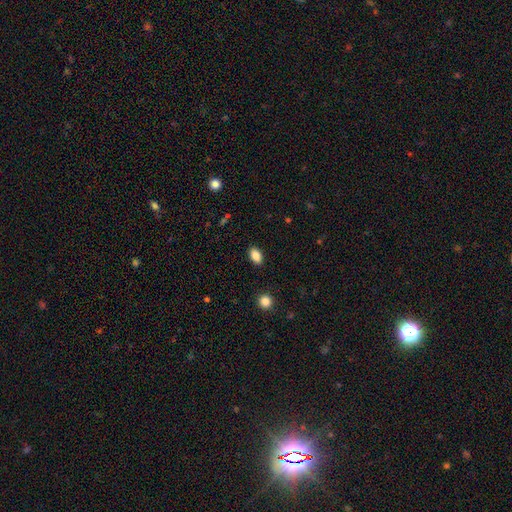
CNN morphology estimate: Smooth or featured?
  - smooth: 87% *
  - star or artifact: 9%
  - featured or disk: 4%
How rounded?
  - in between: 89% *
  - round: 9%
  - cigar-shaped: 2%
Merging?
  - none: 89% *
  - minor disturbance: 8%
  - major disturbance: 2%
  - merger: 1%